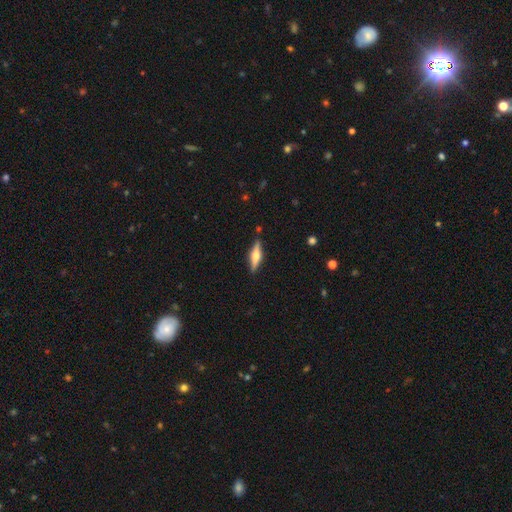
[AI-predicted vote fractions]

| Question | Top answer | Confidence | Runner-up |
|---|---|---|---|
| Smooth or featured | featured or disk | 58% | smooth (36%) |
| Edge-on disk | yes | 96% | no (4%) |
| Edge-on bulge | rounded | 89% | boxy (8%) |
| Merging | none | 87% | minor disturbance (9%) |